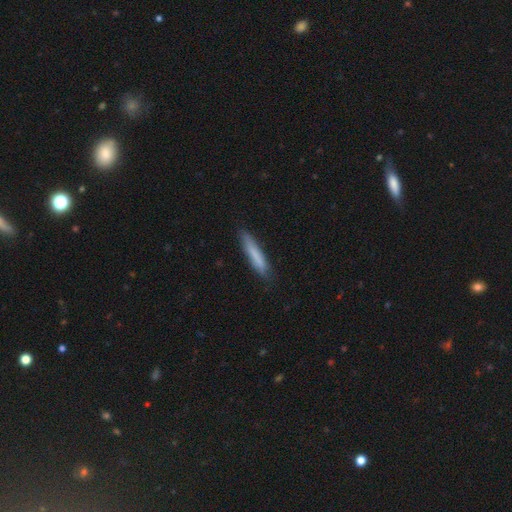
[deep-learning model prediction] Smooth or featured? smooth (80%)
How rounded? cigar-shaped (90%)
Merging? none (83%)